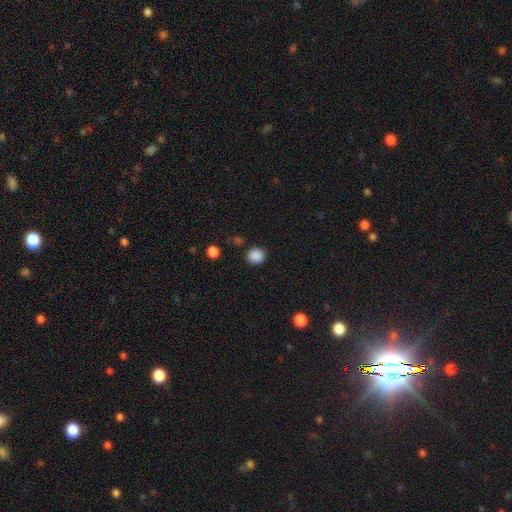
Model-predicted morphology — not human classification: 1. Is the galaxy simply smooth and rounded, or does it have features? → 87% smooth, 11% star or artifact, 3% featured or disk.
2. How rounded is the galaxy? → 87% round, 12% in between, 1% cigar-shaped.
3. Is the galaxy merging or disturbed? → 88% none, 7% minor disturbance, 3% major disturbance, 2% merger.